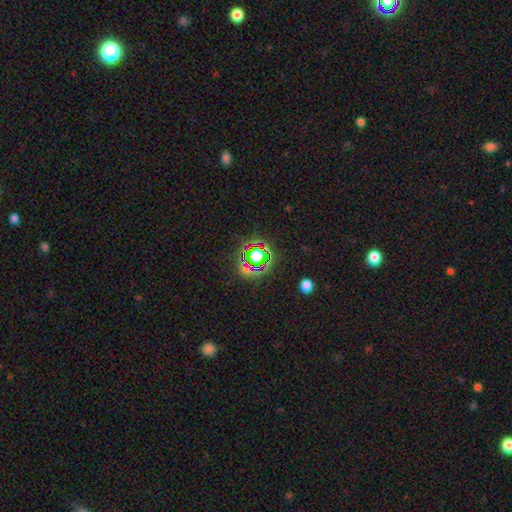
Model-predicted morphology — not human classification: Smooth or featured?
  - star or artifact: 66% *
  - smooth: 21%
  - featured or disk: 13%